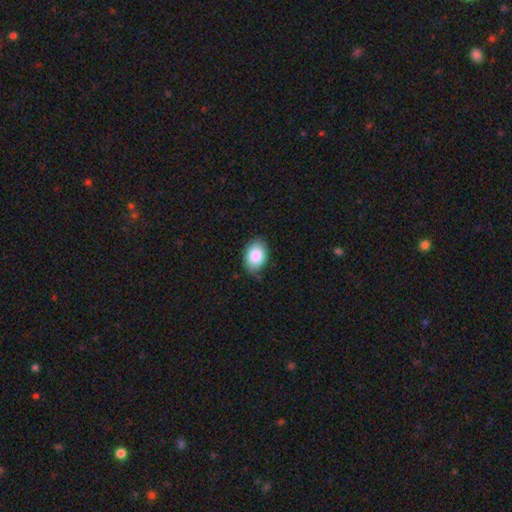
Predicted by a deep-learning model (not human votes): A smooth galaxy with no disk features (87%) that is in between round and cigar-shaped (80%).

Vote fractions:
- Smooth or featured? smooth: 87% / star or artifact: 7% / featured or disk: 6%
- How rounded? in between: 80% / round: 19% / cigar-shaped: 1%
- Merging? none: 77% / minor disturbance: 18% / major disturbance: 3% / merger: 1%